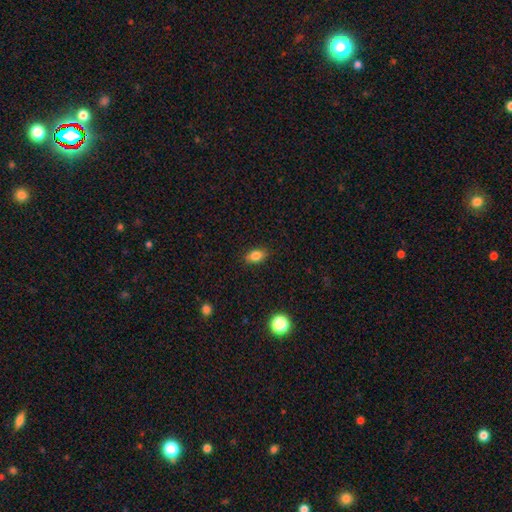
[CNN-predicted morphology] Smooth or featured?
  - smooth: 82% *
  - star or artifact: 10%
  - featured or disk: 8%
How rounded?
  - in between: 81% *
  - round: 16%
  - cigar-shaped: 3%
Merging?
  - none: 85% *
  - minor disturbance: 11%
  - major disturbance: 2%
  - merger: 1%